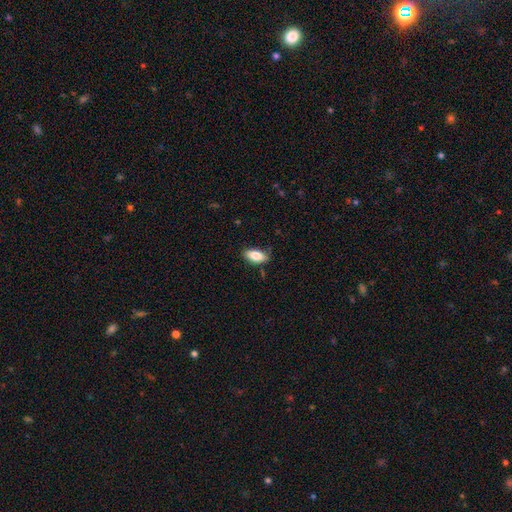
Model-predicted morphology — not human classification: Q: Smooth or featured?
A: smooth (83%); runner-up: featured or disk (10%)
Q: How rounded?
A: in between (90%); runner-up: cigar-shaped (7%)
Q: Merging?
A: none (80%); runner-up: minor disturbance (16%)